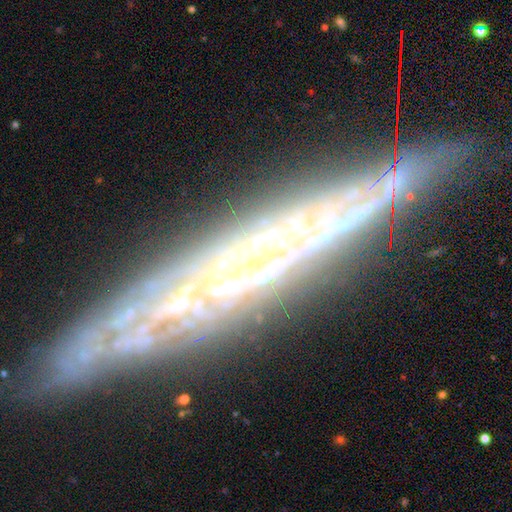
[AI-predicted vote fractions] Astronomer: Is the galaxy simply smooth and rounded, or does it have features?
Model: featured or disk — 67%.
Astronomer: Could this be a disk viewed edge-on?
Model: yes — 72%.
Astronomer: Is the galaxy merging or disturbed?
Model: none — 79%.